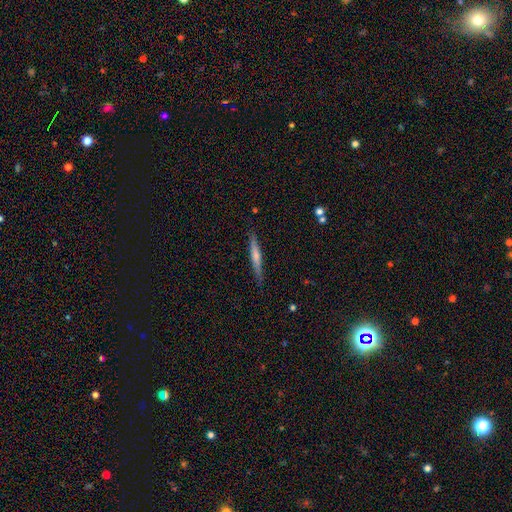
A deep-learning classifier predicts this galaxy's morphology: smooth-or-featured: smooth: 53% | featured or disk: 41% | star or artifact: 6%
  how-rounded: cigar-shaped: 95% | in between: 4% | round: 1%
  merging: none: 86% | minor disturbance: 11% | major disturbance: 2% | merger: 1%